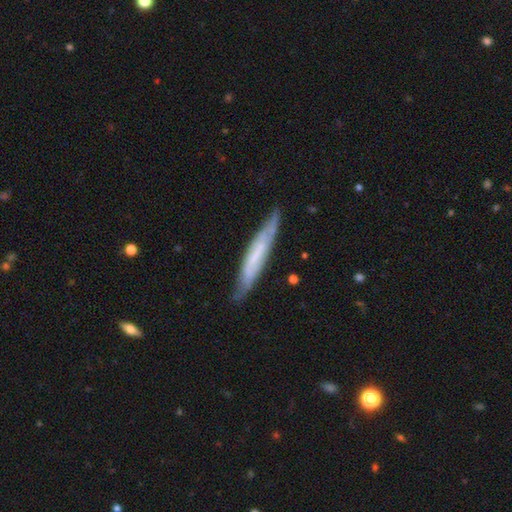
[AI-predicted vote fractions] Overall: featured or disk (58%; smooth 36%). Edge-on disk: yes (73%). Merging: none (76%).